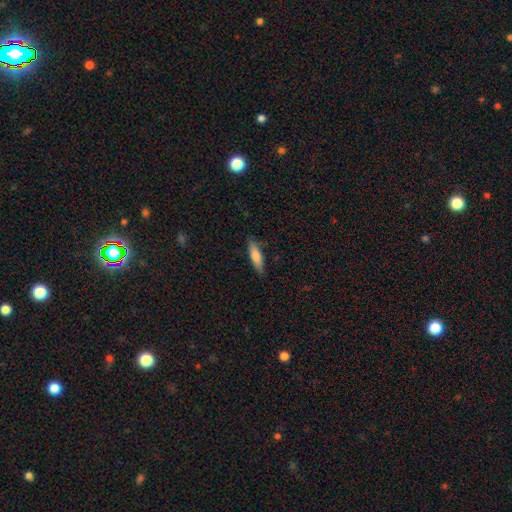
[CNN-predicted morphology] Q: Smooth or featured?
A: smooth (75%); runner-up: featured or disk (19%)
Q: How rounded?
A: cigar-shaped (66%); runner-up: in between (32%)
Q: Merging?
A: none (85%); runner-up: minor disturbance (11%)